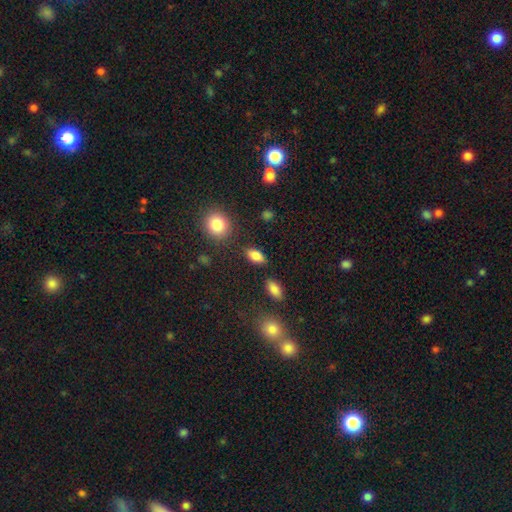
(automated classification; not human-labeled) Overall: smooth (84%). How rounded: in between (89%). Merging: none (82%).